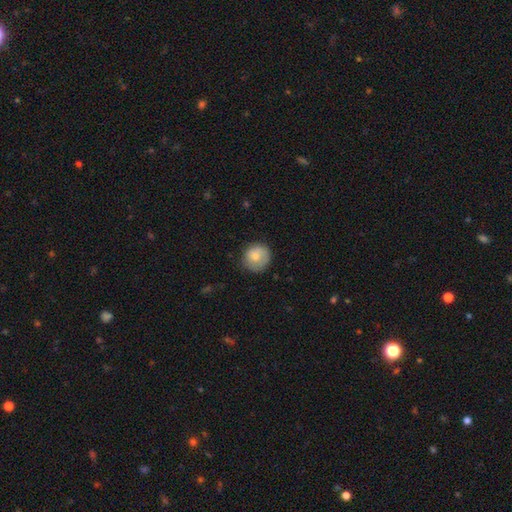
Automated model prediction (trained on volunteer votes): smooth 79%, featured or disk 14%, star or artifact 7%. Down the decision tree: how rounded — round (88%); merging — none (72%).